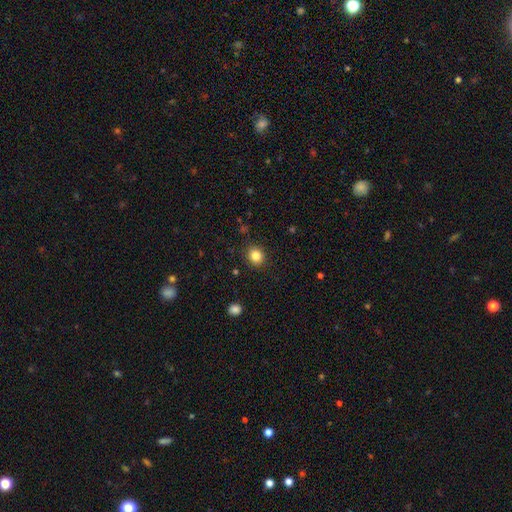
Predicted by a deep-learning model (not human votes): The model was most divided on "how rounded": round: 78%, in between: 21%, cigar-shaped: 1%. More confident: merging — none (90%); smooth or featured — smooth (84%).